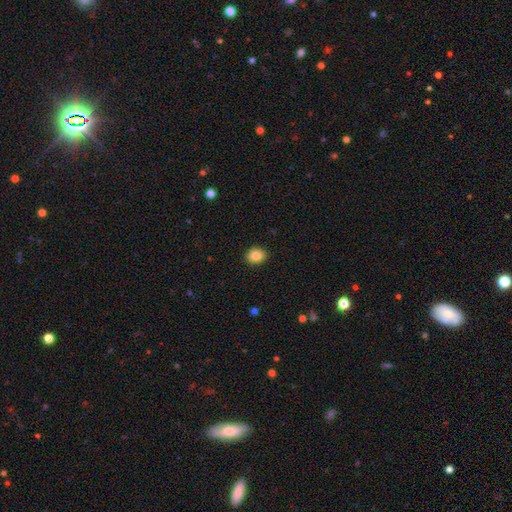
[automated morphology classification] This is clearly a smooth galaxy (85%). How rounded: possibly round (58%). Merging: clearly none (90%).